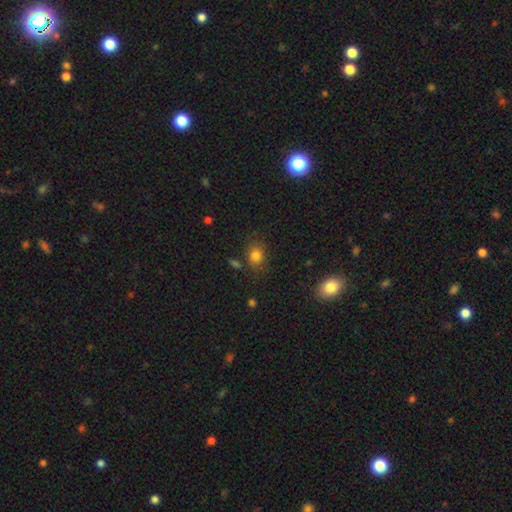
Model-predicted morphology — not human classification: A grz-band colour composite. It shows a smooth galaxy with no disk features (79%) that is round (59%). Merging: none (78%).